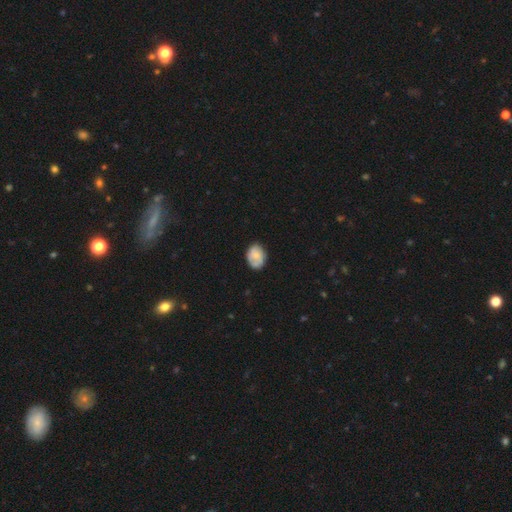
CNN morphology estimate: smooth_or_featured: smooth (p=0.64) [alt: featured or disk p=0.29]
how_rounded: in between (p=0.68) [alt: round p=0.31]
merging: none (p=0.63) [alt: minor disturbance p=0.27]